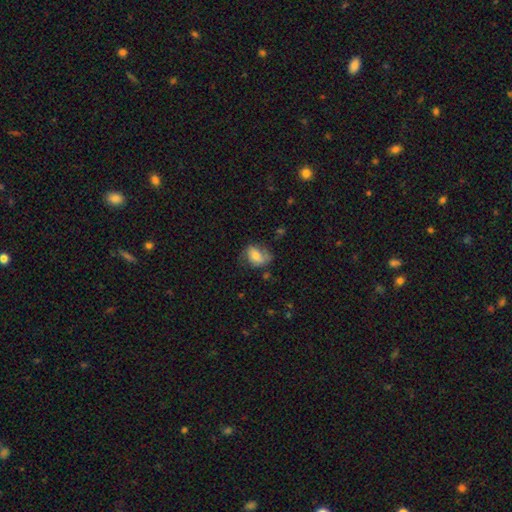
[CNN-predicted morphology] smooth_or_featured: smooth (p=0.59) [alt: featured or disk p=0.32]
how_rounded: in between (p=0.76) [alt: round p=0.22]
merging: none (p=0.47) [alt: minor disturbance p=0.31]